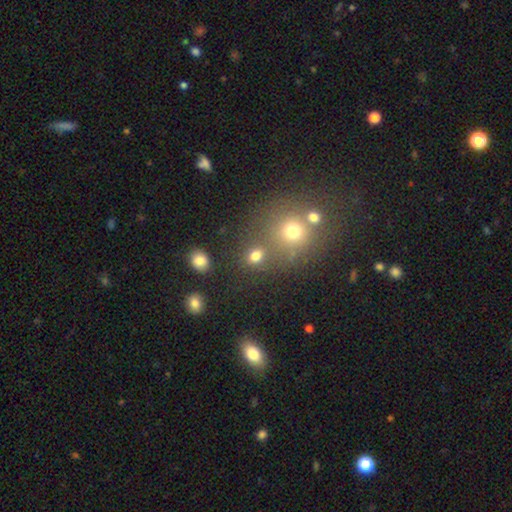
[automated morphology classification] The model was most divided on "how rounded": round: 70%, in between: 29%, cigar-shaped: 1%. More confident: smooth or featured — smooth (74%); merging — none (68%).